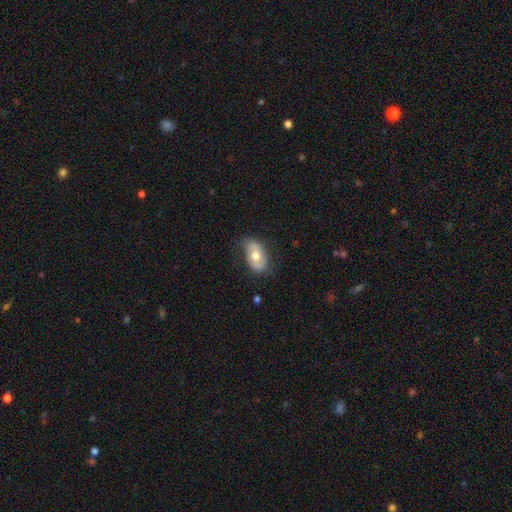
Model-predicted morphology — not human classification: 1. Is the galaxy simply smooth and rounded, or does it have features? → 54% smooth, 40% featured or disk, 6% star or artifact.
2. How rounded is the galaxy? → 90% in between, 8% round, 2% cigar-shaped.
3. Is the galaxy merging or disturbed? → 71% none, 22% minor disturbance, 6% major disturbance, 1% merger.